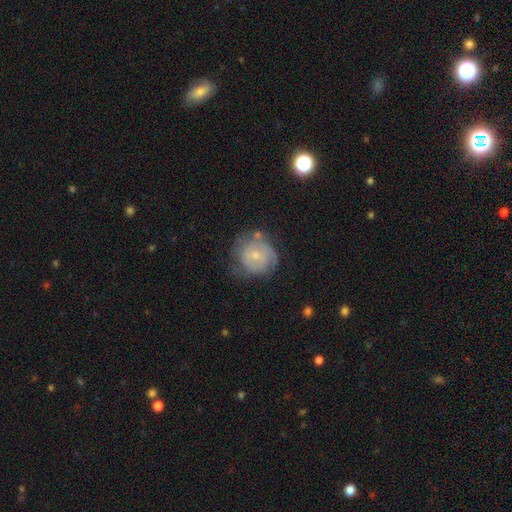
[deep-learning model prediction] Smooth or featured? featured or disk (56%)
Edge-on disk? no (97%)
Bar? no (75%)
Spiral arms? yes (73%)
Bulge size? small (58%)
Merging? none (57%)